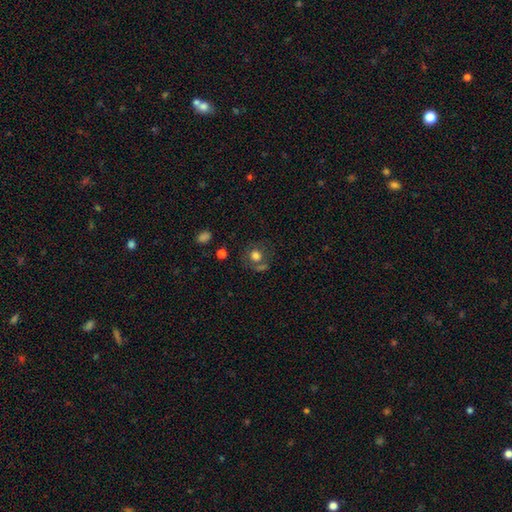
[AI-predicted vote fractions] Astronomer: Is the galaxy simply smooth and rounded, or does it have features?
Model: smooth — 70%.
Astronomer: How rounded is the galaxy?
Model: round — 81%.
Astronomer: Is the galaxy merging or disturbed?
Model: none — 59%.